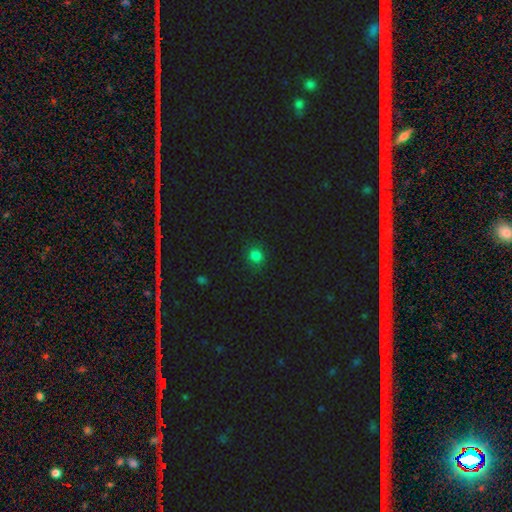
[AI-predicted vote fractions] The model was most divided on "smooth or featured": smooth: 80%, star or artifact: 16%, featured or disk: 4%. More confident: merging — none (86%); how rounded — round (84%).